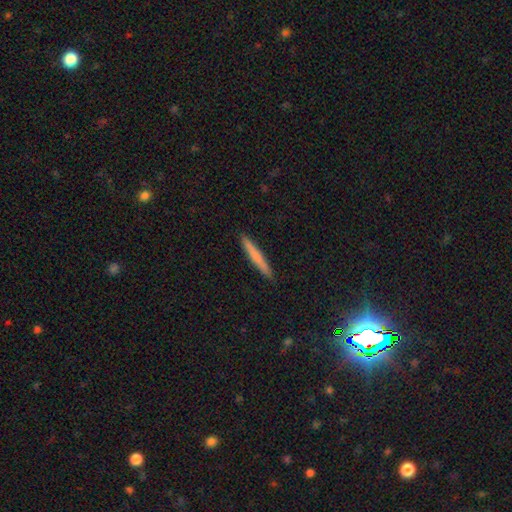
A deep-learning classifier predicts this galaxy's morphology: smooth_or_featured: smooth (p=0.70) [alt: featured or disk p=0.24]
how_rounded: cigar-shaped (p=0.96) [alt: in between p=0.02]
merging: none (p=0.92) [alt: minor disturbance p=0.05]